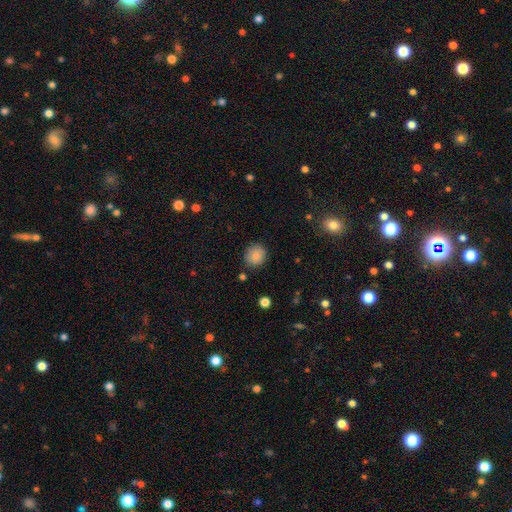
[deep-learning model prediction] The model was most divided on "how rounded": round: 84%, in between: 15%, cigar-shaped: 1%. More confident: merging — none (86%); smooth or featured — smooth (86%).